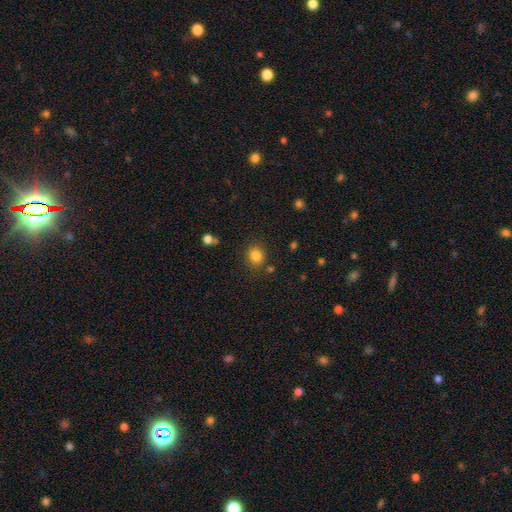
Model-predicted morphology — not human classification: A smooth galaxy with no disk features (83%) that is round (74%). Merging: none (83%).